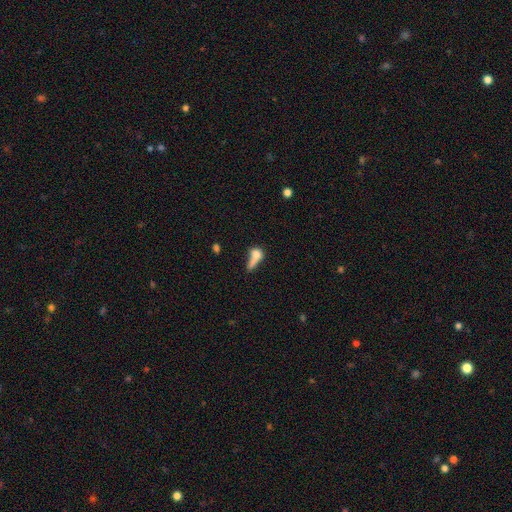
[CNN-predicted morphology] The model was most divided on "merging": merger: 34%, major disturbance: 26%, none: 24%, minor disturbance: 16%. Remaining: smooth or featured — smooth (65%); how rounded — in between (48%).